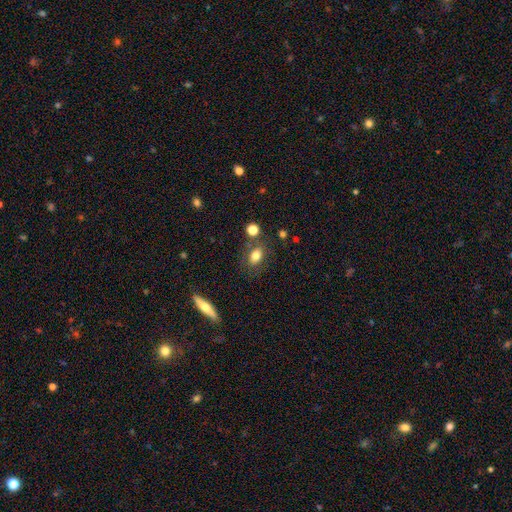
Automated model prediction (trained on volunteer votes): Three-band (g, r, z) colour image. It shows a smooth galaxy with no disk features (77%) that is in between round and cigar-shaped (76%). Merging: none (73%).